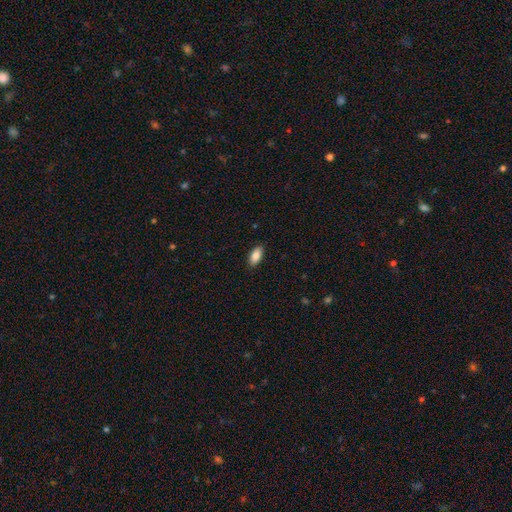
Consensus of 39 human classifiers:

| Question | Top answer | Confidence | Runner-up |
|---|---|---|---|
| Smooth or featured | smooth | 85% | featured or disk (8%) |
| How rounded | in between | 91% | cigar-shaped (6%) |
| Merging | none | 92% | minor disturbance (8%) |